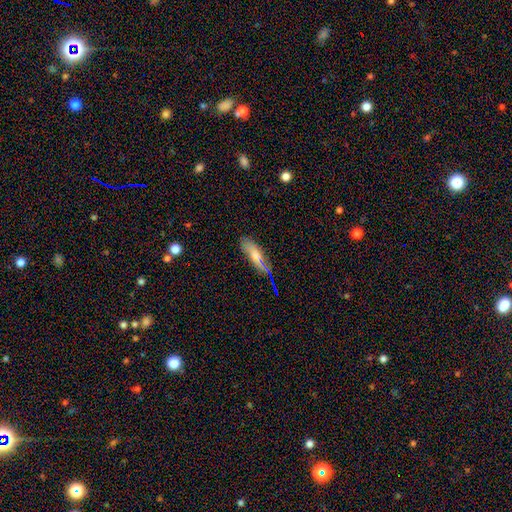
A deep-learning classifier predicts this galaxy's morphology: Smooth or featured: smooth — 59% (featured or disk — 31%)
How rounded: cigar-shaped — 60% (in between — 38%)
Merging: none — 50% (minor disturbance — 30%)